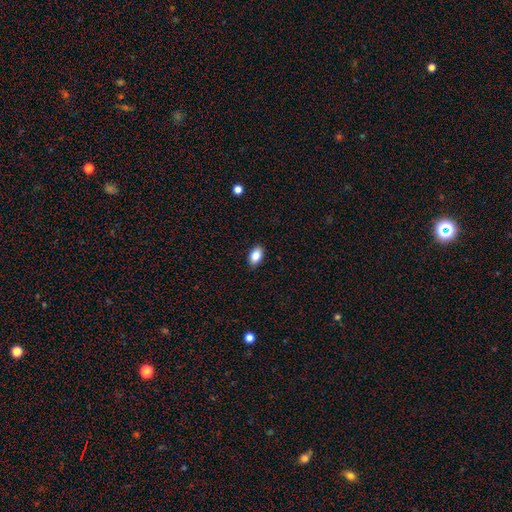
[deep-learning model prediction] A smooth galaxy with no disk features (87%) that is in between round and cigar-shaped (92%).

Vote fractions:
- Smooth or featured? smooth: 87% / star or artifact: 8% / featured or disk: 6%
- How rounded? in between: 92% / round: 6% / cigar-shaped: 2%
- Merging? none: 88% / minor disturbance: 9% / major disturbance: 2% / merger: 1%